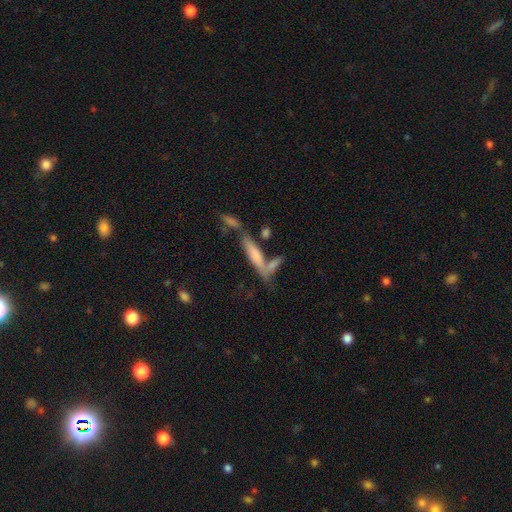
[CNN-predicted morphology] smooth_or_featured: smooth (p=0.63) [alt: featured or disk p=0.28]
how_rounded: cigar-shaped (p=0.73) [alt: in between p=0.25]
merging: none (p=0.49) [alt: merger p=0.30]